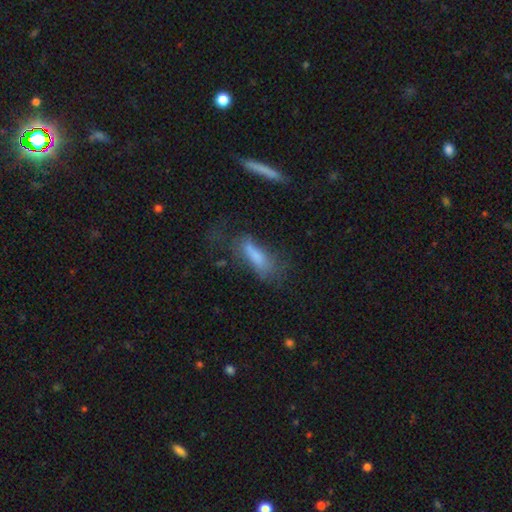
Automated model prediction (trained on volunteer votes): smooth_or_featured: smooth (p=0.66) [alt: featured or disk p=0.23]
how_rounded: cigar-shaped (p=0.50) [alt: in between p=0.47]
merging: none (p=0.34) [tied with: major disturbance p=0.34]